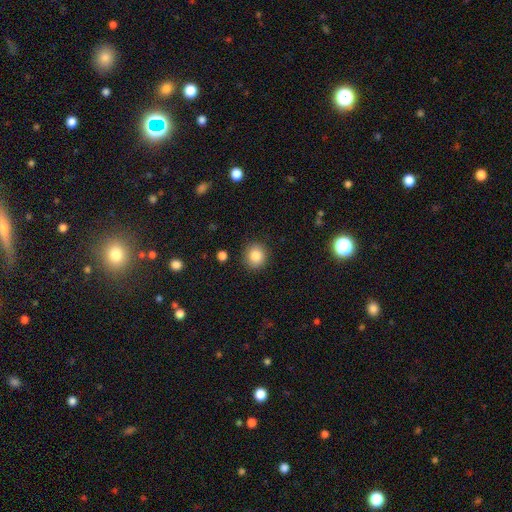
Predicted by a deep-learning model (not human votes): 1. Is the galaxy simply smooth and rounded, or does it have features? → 84% smooth, 10% star or artifact, 6% featured or disk.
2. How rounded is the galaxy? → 87% round, 13% in between, 1% cigar-shaped.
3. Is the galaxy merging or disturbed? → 89% none, 8% minor disturbance, 2% major disturbance, 1% merger.